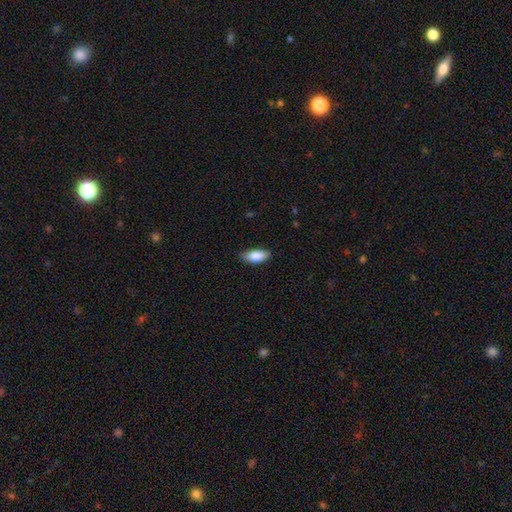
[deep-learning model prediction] This appears to be a smooth galaxy with no disk features (85%) that is in between round and cigar-shaped (85%). Merging: none (81%).